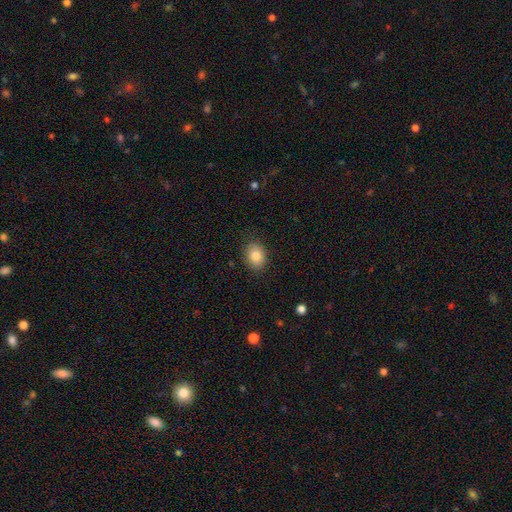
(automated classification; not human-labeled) A smooth galaxy with no disk features (85%) that is in between round and cigar-shaped (63%). Merging: none (86%).